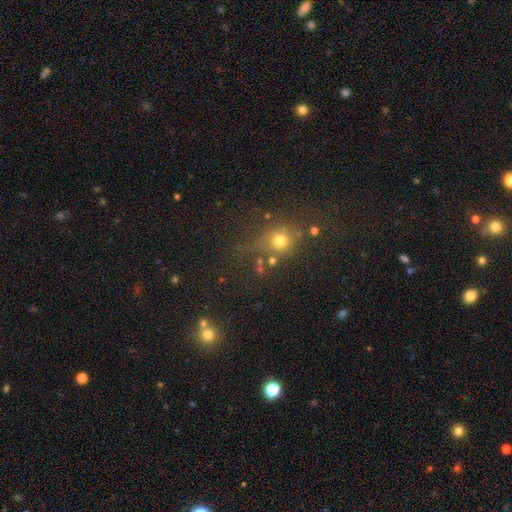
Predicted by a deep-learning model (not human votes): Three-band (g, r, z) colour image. It shows a smooth galaxy with no disk features (45%). Merging: none (67%).